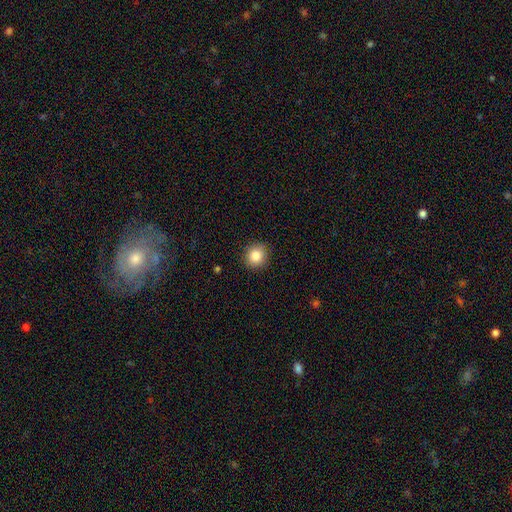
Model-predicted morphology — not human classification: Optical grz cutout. It shows a smooth galaxy with no disk features (85%) that is round (86%). Merging: none (91%).